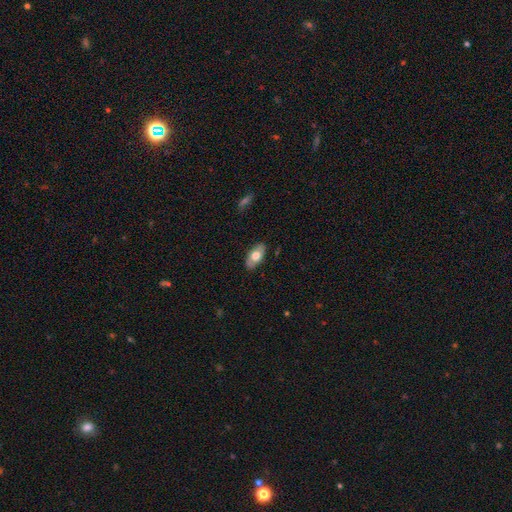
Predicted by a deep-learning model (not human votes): This is likely a smooth galaxy (67%). How rounded: clearly in between (91%). Merging: clearly none (86%).